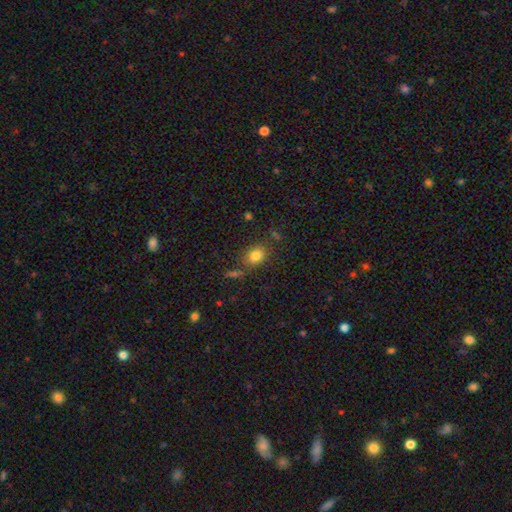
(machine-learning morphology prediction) This appears to be a smooth galaxy with no disk features (81%) that is in between round and cigar-shaped (52%). Merging: none (77%).